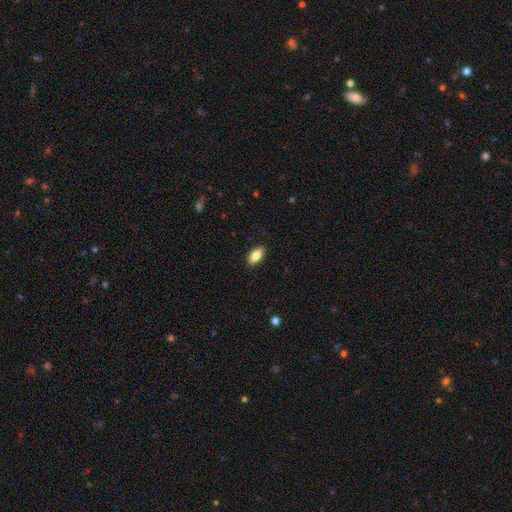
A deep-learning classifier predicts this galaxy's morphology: Smooth or featured? smooth (82%)
How rounded? in between (89%)
Merging? none (90%)